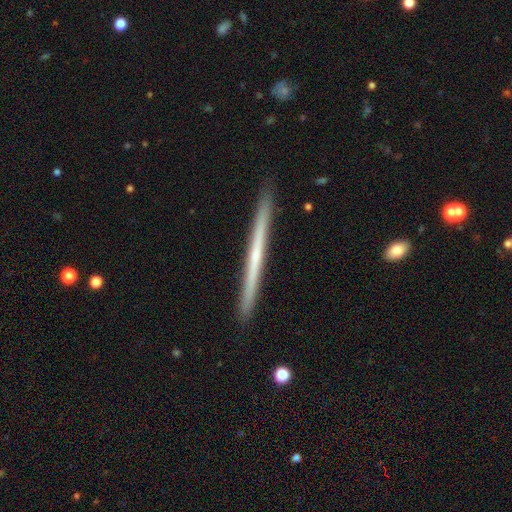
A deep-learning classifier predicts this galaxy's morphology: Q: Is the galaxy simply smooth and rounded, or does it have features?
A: featured or disk — 63%.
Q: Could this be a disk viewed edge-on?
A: yes — 98%.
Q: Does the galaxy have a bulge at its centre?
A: none — 73%.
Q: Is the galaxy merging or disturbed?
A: none — 92%.